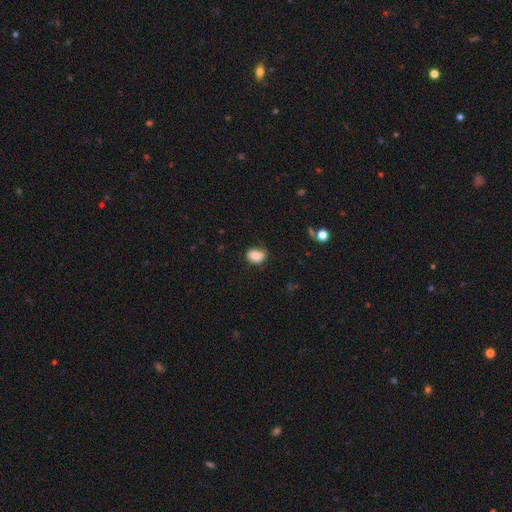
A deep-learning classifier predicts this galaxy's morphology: type=smooth (83%); roundness=in between (68%); merging=none (61%).